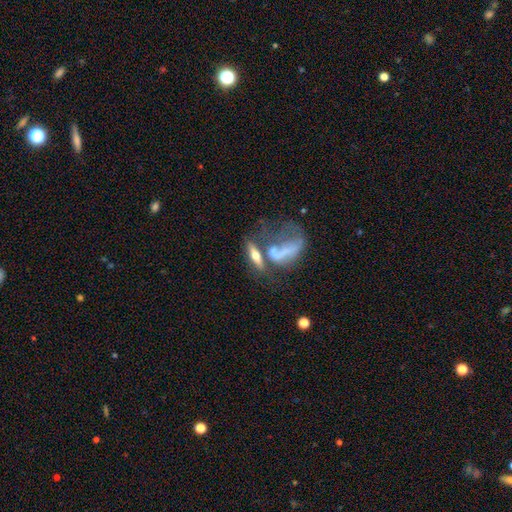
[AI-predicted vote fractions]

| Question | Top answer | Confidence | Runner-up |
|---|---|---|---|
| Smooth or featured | smooth | 49% | featured or disk (41%) |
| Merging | merger | 41% | none (31%) |